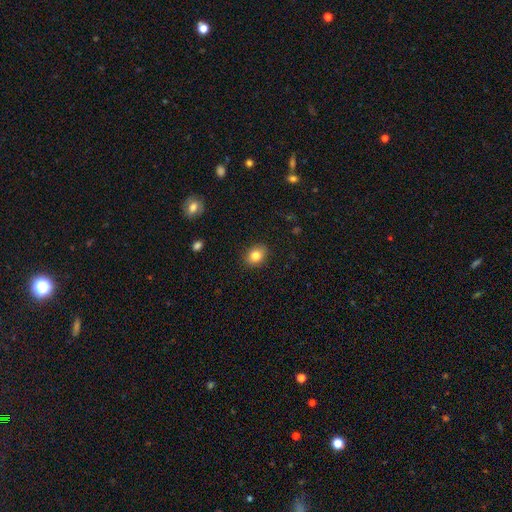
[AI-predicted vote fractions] This is clearly a smooth galaxy (82%). How rounded: possibly in between (51%). Merging: clearly none (89%).